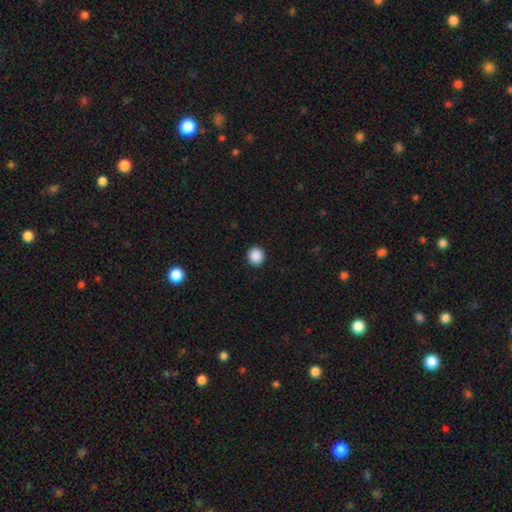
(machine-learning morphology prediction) The model was most divided on "smooth or featured": smooth: 89%, star or artifact: 9%, featured or disk: 2%. More confident: merging — none (92%); how rounded — round (91%).